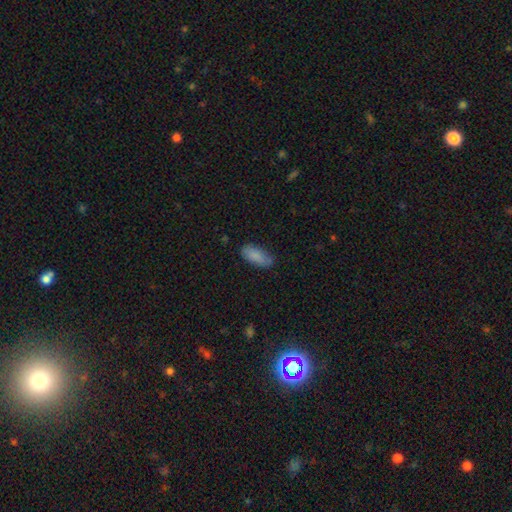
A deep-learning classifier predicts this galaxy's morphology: The model was most divided on "merging": none: 76%, minor disturbance: 19%, major disturbance: 4%, merger: 1%. More confident: how rounded — in between (87%); smooth or featured — smooth (85%).